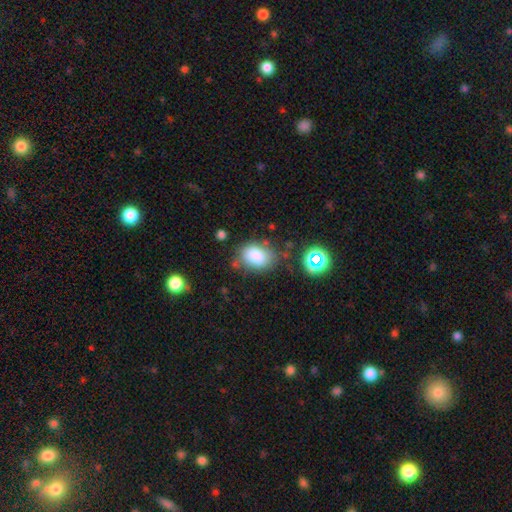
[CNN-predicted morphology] This appears to be a smooth galaxy with no disk features (81%) that is in between round and cigar-shaped (75%). Merging: none (67%).